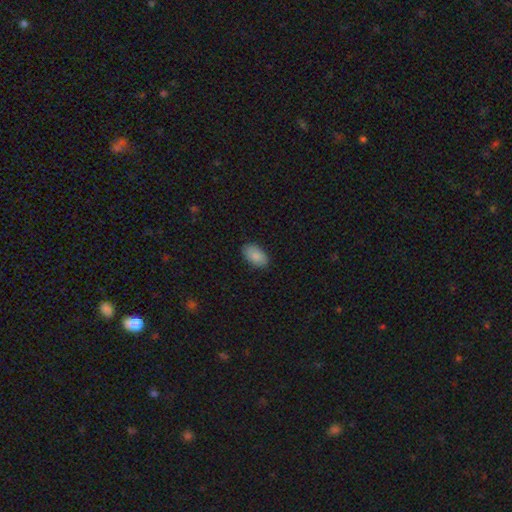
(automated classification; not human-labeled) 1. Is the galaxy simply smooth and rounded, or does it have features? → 88% smooth, 7% star or artifact, 5% featured or disk.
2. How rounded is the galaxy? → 94% in between, 5% round, 1% cigar-shaped.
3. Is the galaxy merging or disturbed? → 86% none, 11% minor disturbance, 2% major disturbance, 1% merger.